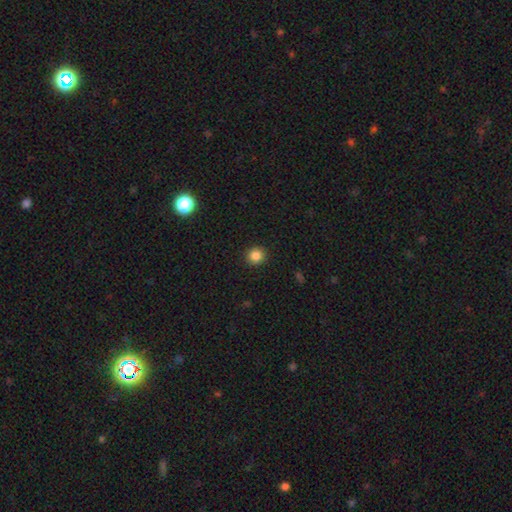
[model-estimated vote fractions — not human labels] Morphology: type=smooth (85%); roundness=round (91%); merging=none (92%).